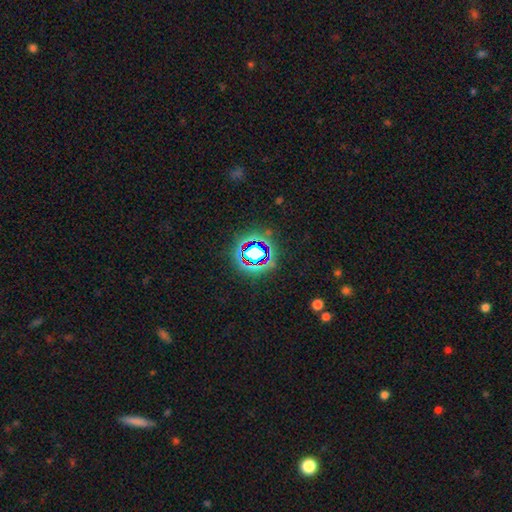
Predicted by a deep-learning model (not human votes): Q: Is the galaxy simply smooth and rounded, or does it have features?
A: star or artifact — 73%.